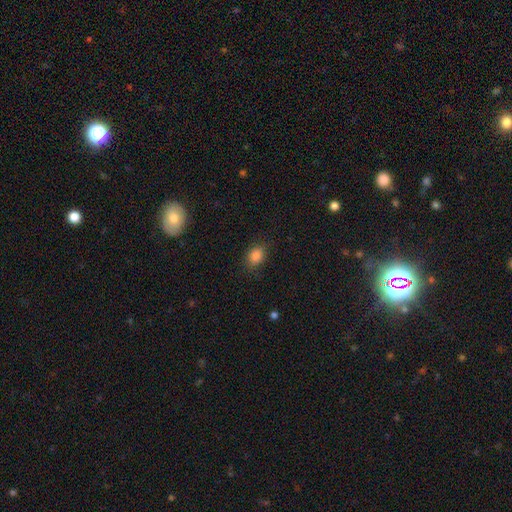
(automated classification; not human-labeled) This is clearly a smooth galaxy (85%). How rounded: likely in between (65%). Merging: clearly none (82%).